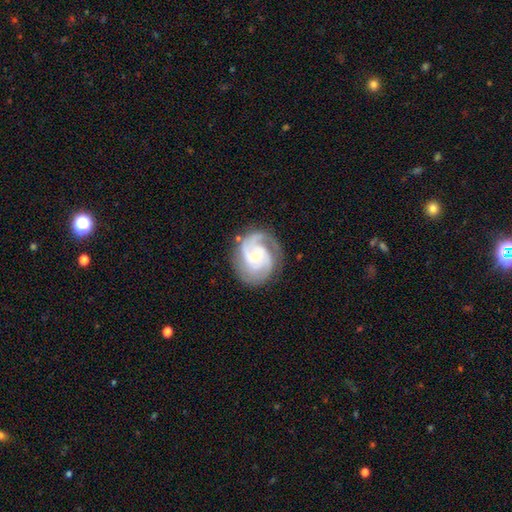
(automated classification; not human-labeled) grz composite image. It shows a featured or disk galaxy (89%) with no bar (61%), 2 (41%) tight (47%) spiral arms (98%) and a small central bulge (51%). Merging: none (75%).